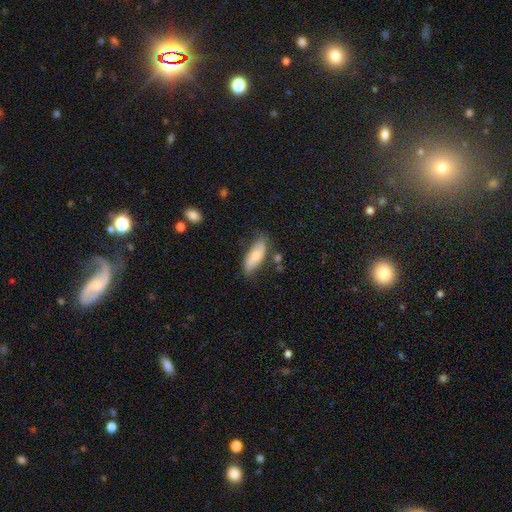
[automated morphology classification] This appears to be a smooth galaxy with no disk features (67%) that is in between round and cigar-shaped (67%). Merging: none (71%).